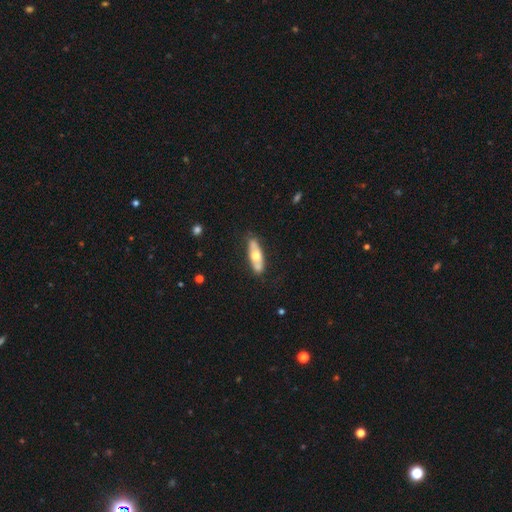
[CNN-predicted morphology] A smooth galaxy with no disk features (49%).

Vote fractions:
- Smooth or featured? smooth: 49% / featured or disk: 46% / star or artifact: 5%
- Merging? none: 76% / minor disturbance: 16% / merger: 4% / major disturbance: 4%